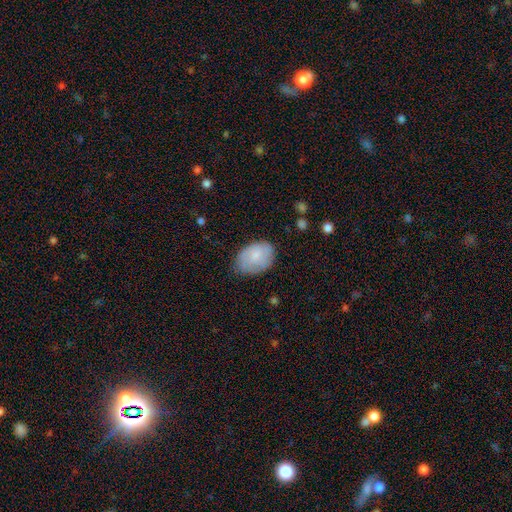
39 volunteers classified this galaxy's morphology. type=smooth (64%); roundness=in between (88%); merging=none (76%).